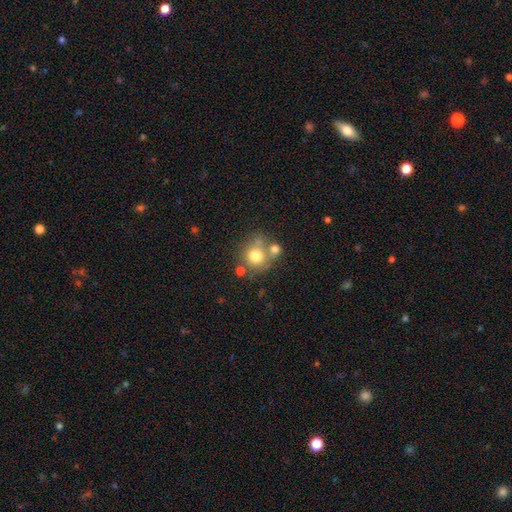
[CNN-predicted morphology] Overall: smooth (72%). How rounded: round (85%). Merging: none (52%; merger 29%).